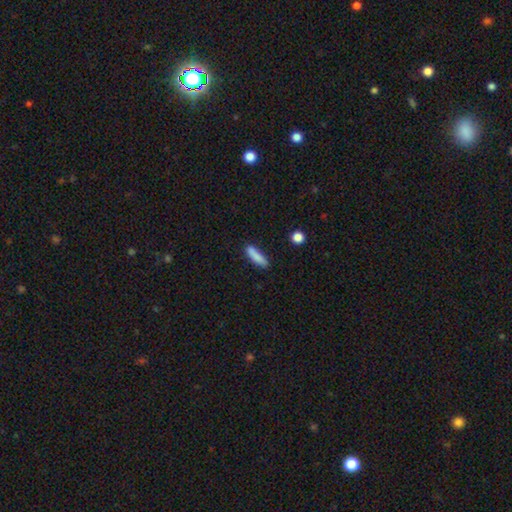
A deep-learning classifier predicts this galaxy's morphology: Smooth or featured?
  - smooth: 83% *
  - featured or disk: 9%
  - star or artifact: 7%
How rounded?
  - cigar-shaped: 72% *
  - in between: 26%
  - round: 2%
Merging?
  - none: 74% *
  - minor disturbance: 16%
  - merger: 6%
  - major disturbance: 4%